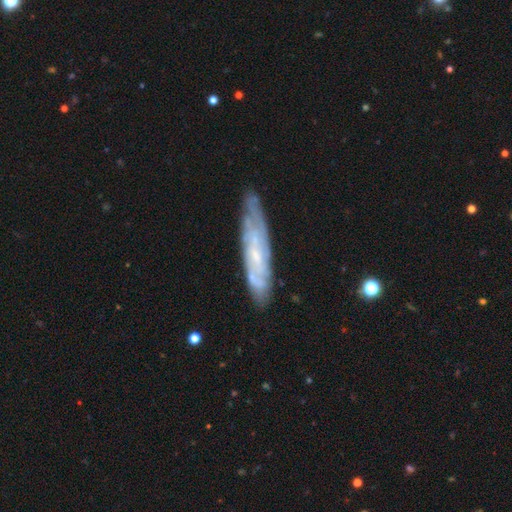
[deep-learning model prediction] smooth-or-featured: featured or disk: 72% | smooth: 21% | star or artifact: 7%
  disk-edge-on: no: 63% | yes: 37%
  merging: none: 73% | minor disturbance: 20% | major disturbance: 5% | merger: 2%